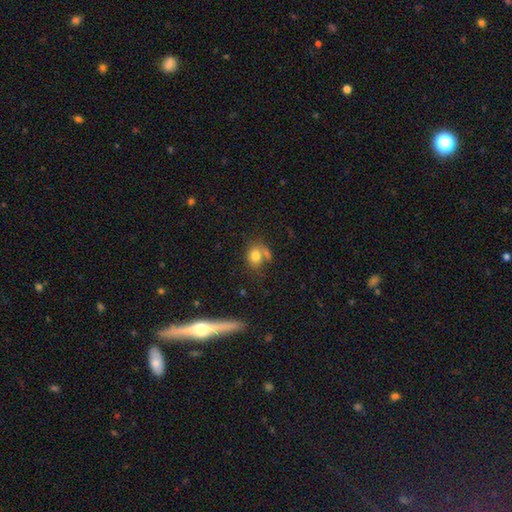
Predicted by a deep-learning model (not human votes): This appears to be a smooth galaxy with no disk features (77%) that is round (54%). Merging: none (50%).